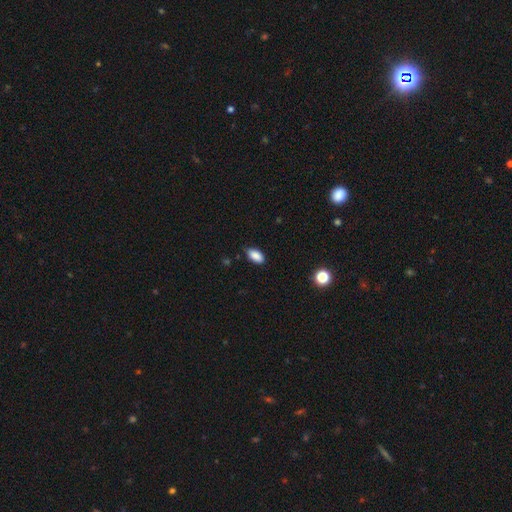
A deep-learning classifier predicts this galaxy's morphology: smooth-or-featured: smooth: 88% | star or artifact: 8% | featured or disk: 4%
  how-rounded: in between: 92% | cigar-shaped: 5% | round: 4%
  merging: none: 83% | minor disturbance: 14% | major disturbance: 2% | merger: 1%